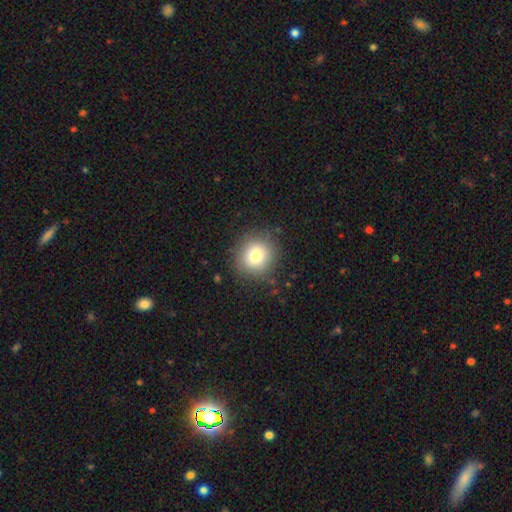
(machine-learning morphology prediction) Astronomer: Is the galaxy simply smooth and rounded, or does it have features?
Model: smooth — 78%.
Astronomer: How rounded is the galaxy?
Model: round — 87%.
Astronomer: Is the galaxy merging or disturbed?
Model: none — 86%.